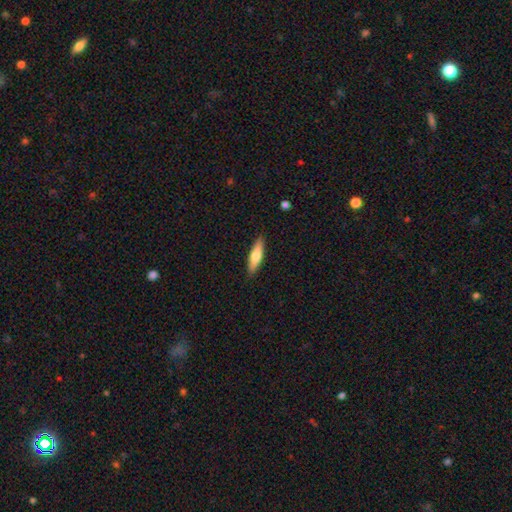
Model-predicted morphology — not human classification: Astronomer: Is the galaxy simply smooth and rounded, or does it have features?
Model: smooth — 66%.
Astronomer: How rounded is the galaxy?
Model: cigar-shaped — 68%.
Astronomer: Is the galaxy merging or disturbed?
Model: none — 89%.